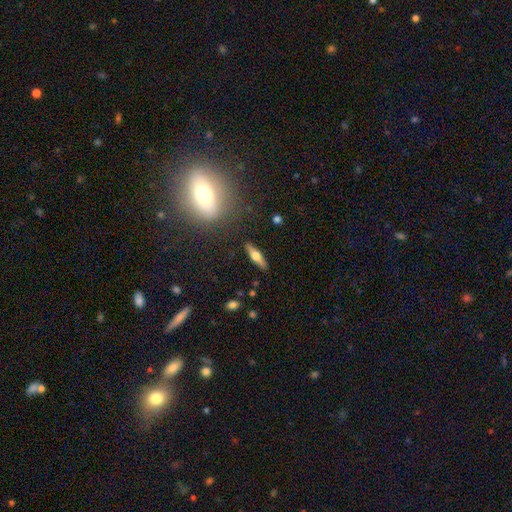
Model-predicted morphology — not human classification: Overall: featured or disk (53%; smooth 40%). Edge-on disk: yes (92%). Merging: none (89%).